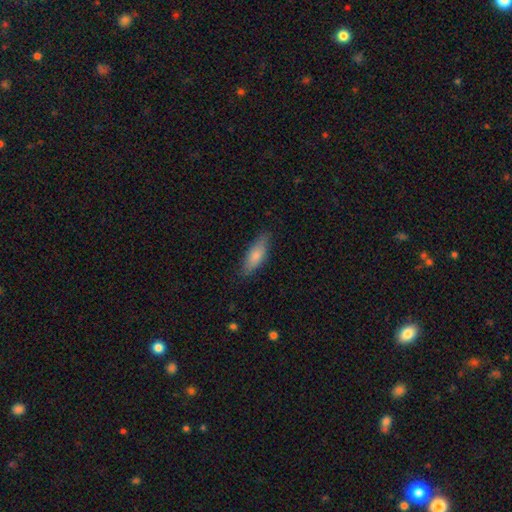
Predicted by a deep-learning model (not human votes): A smooth galaxy with no disk features (77%) that is in between round and cigar-shaped (57%).

Vote fractions:
- Smooth or featured? smooth: 77% / featured or disk: 18% / star or artifact: 6%
- How rounded? in between: 57% / cigar-shaped: 41% / round: 2%
- Merging? none: 80% / minor disturbance: 16% / major disturbance: 3% / merger: 1%